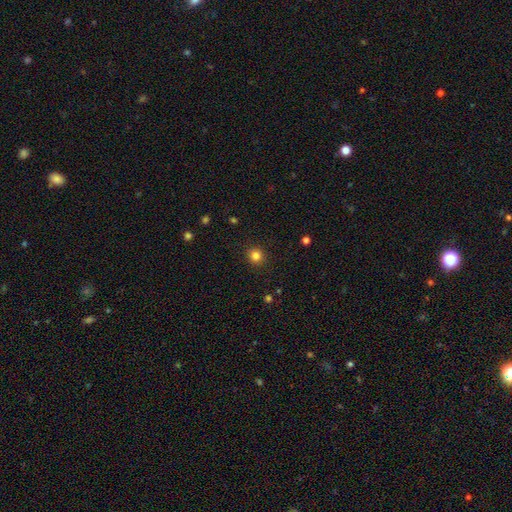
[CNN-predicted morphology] smooth 82%, star or artifact 13%, featured or disk 5%. Down the decision tree: how rounded — round (93%); merging — none (92%).